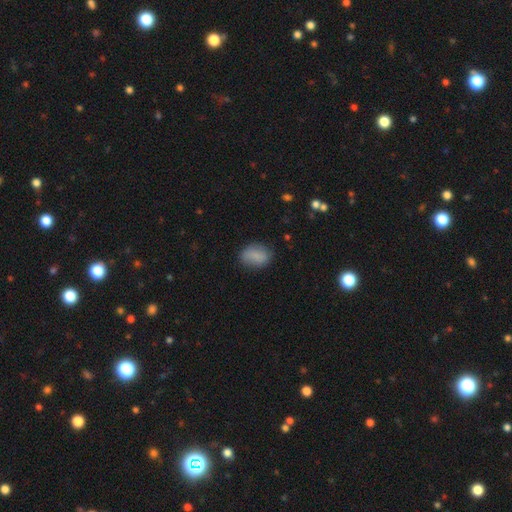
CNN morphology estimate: Smooth or featured?
  - smooth: 82% *
  - featured or disk: 10%
  - star or artifact: 8%
How rounded?
  - in between: 72% *
  - round: 27%
  - cigar-shaped: 2%
Merging?
  - none: 75% *
  - minor disturbance: 18%
  - major disturbance: 5%
  - merger: 2%